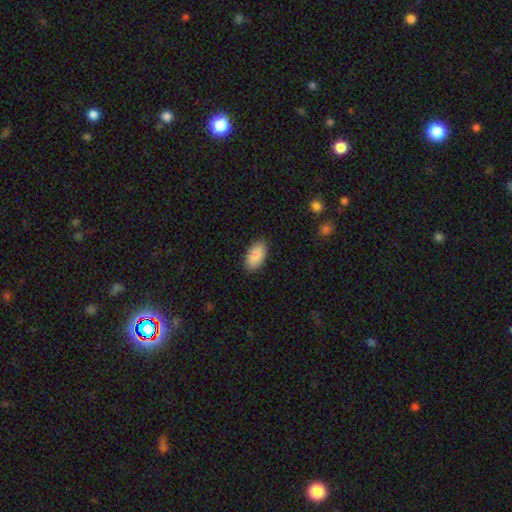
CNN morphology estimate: smooth 89%, star or artifact 6%, featured or disk 5%. Down the decision tree: how rounded — in between (95%); merging — none (87%).